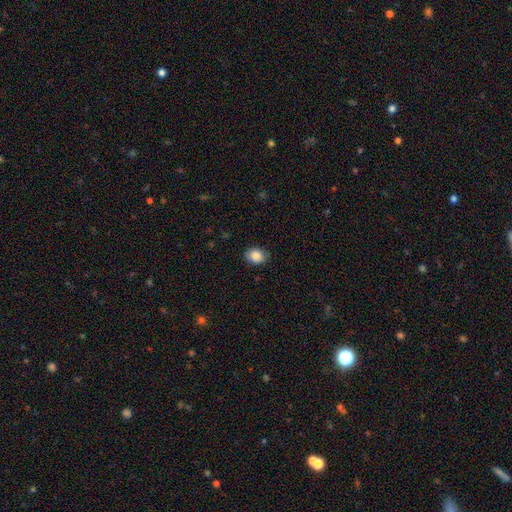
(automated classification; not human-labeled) This appears to be a smooth galaxy with no disk features (86%) that is in between round and cigar-shaped (58%). Merging: none (83%).